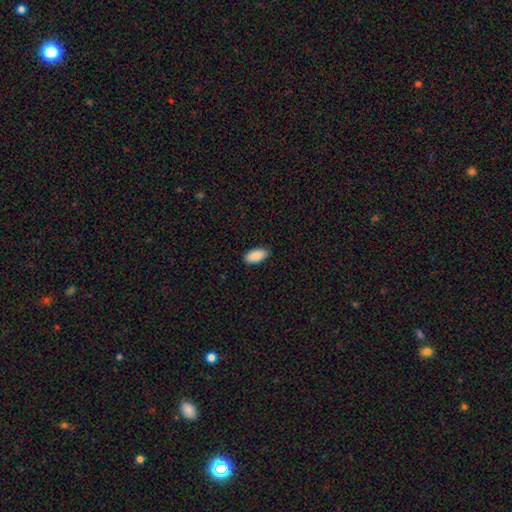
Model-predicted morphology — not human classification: Q: Smooth or featured?
A: smooth (90%); runner-up: star or artifact (6%)
Q: How rounded?
A: in between (94%); runner-up: cigar-shaped (4%)
Q: Merging?
A: none (84%); runner-up: minor disturbance (13%)